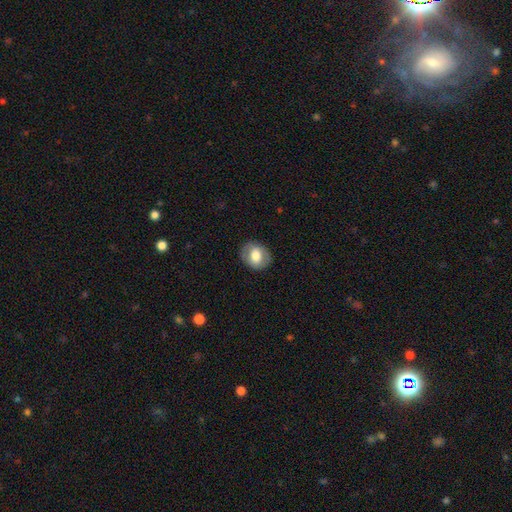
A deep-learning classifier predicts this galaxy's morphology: Smooth or featured: smooth — 68% (featured or disk — 24%)
How rounded: round — 57% (in between — 42%)
Merging: none — 85% (minor disturbance — 11%)